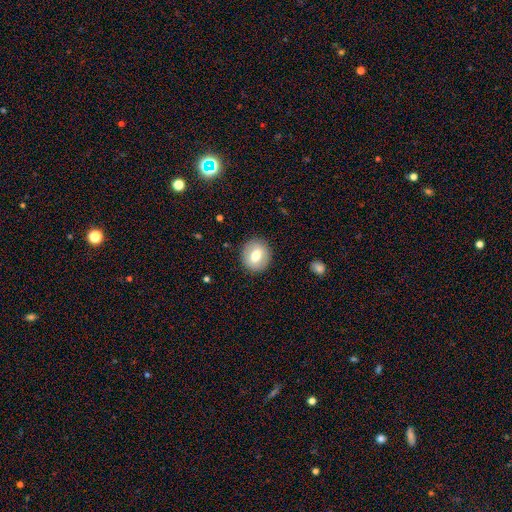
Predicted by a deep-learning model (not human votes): Overall: smooth (68%). How rounded: round (78%). Merging: none (88%).